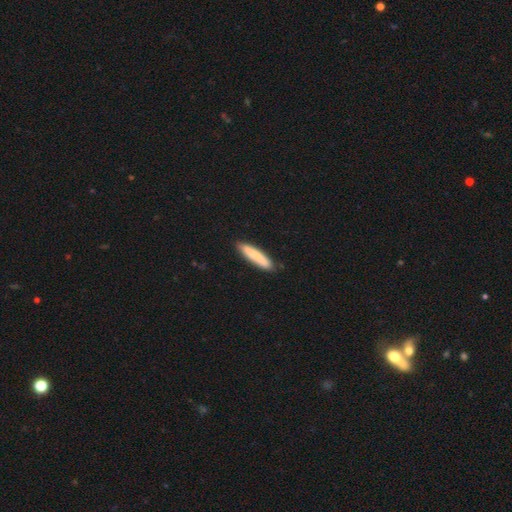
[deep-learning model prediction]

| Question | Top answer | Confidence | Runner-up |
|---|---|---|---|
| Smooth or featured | smooth | 83% | featured or disk (12%) |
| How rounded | cigar-shaped | 87% | in between (11%) |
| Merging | none | 87% | minor disturbance (10%) |